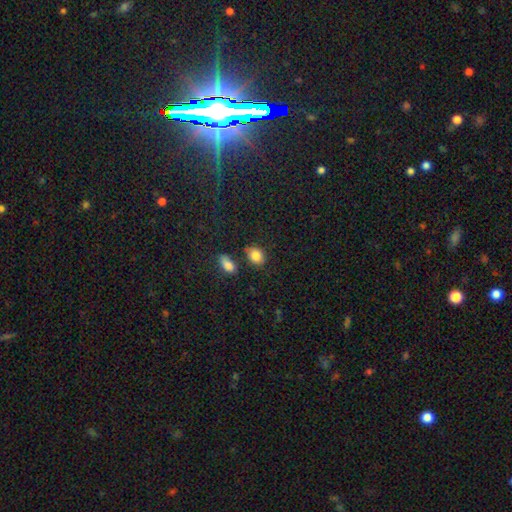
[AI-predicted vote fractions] Overall: smooth (85%). How rounded: in between (57%; round 42%). Merging: none (70%).